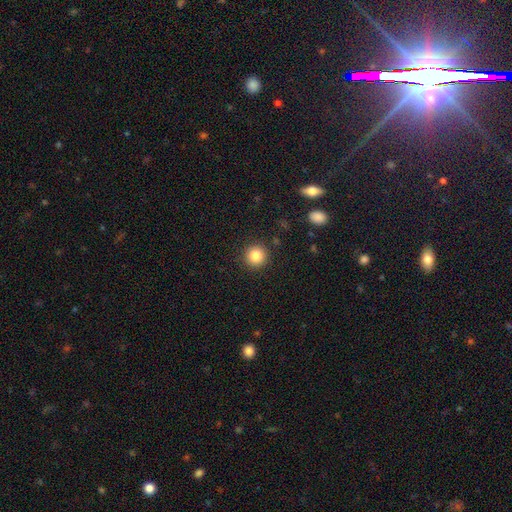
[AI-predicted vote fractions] Smooth or featured?
  - smooth: 84% *
  - star or artifact: 10%
  - featured or disk: 5%
How rounded?
  - round: 94% *
  - in between: 5%
  - cigar-shaped: 1%
Merging?
  - none: 91% *
  - minor disturbance: 6%
  - major disturbance: 2%
  - merger: 1%